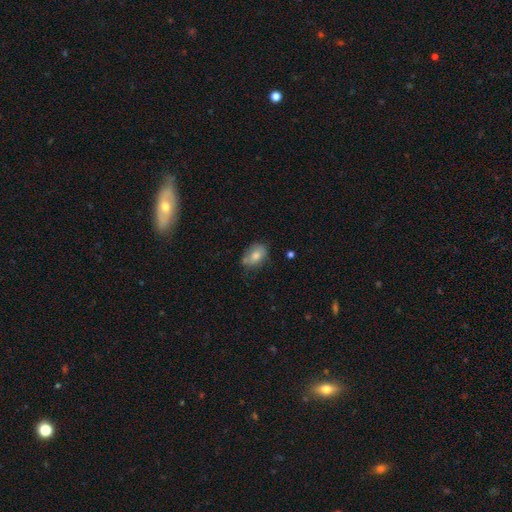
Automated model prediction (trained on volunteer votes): Q: Smooth or featured?
A: smooth (74%); runner-up: featured or disk (17%)
Q: How rounded?
A: in between (80%); runner-up: round (18%)
Q: Merging?
A: none (56%); runner-up: minor disturbance (29%)